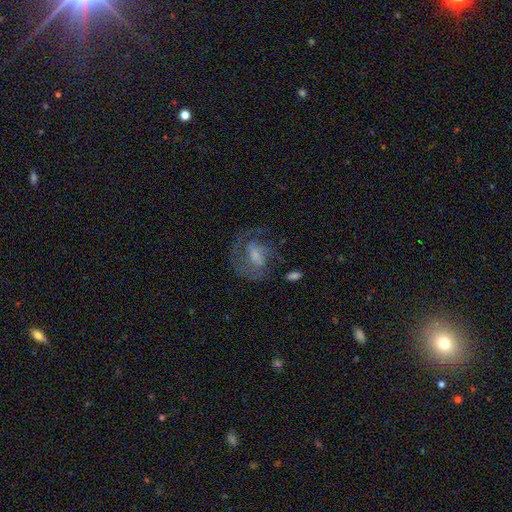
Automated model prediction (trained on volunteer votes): A featured or disk galaxy (69%) with a weak bar (47%), 2 (39%) medium (44%) spiral arms (84%) and a small central bulge (32%). Merging: none (51%).